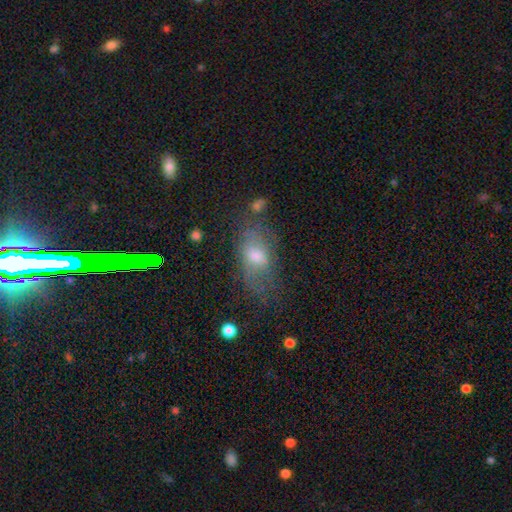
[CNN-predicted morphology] The model was most divided on "smooth or featured": smooth: 52%, featured or disk: 37%, star or artifact: 12%. Remaining: how rounded — in between (86%); merging — none (50%).